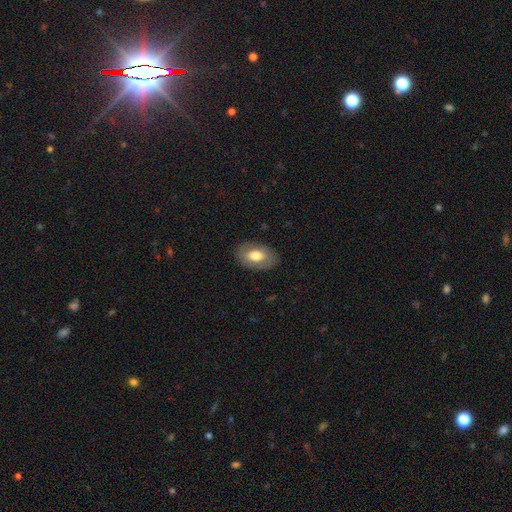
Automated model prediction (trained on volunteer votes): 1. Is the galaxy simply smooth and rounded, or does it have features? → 67% smooth, 27% featured or disk, 7% star or artifact.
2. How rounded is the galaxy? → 87% in between, 11% round, 1% cigar-shaped.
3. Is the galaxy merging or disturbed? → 84% none, 12% minor disturbance, 4% major disturbance, 1% merger.